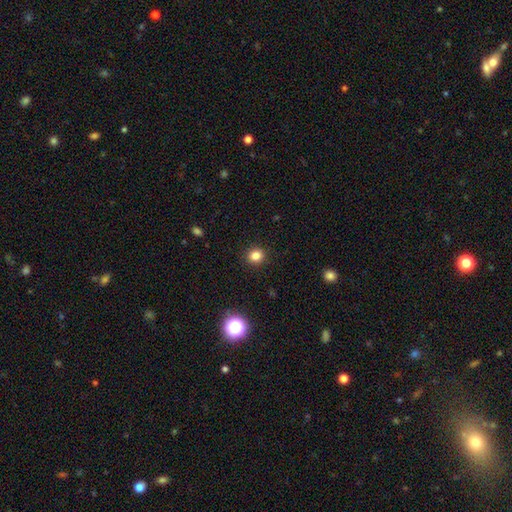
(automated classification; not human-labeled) smooth 83%, star or artifact 13%, featured or disk 5%. Down the decision tree: how rounded — round (84%); merging — none (92%).